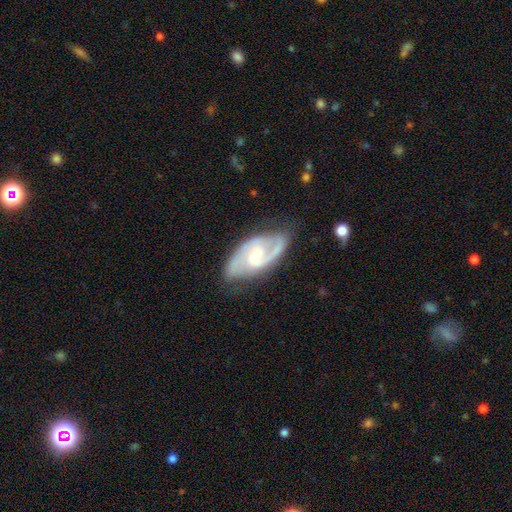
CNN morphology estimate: This appears to be a featured or disk galaxy (86%) with a weak bar (48%), 2 (85%) medium (53%) spiral arms (96%) and a small central bulge (51%). Merging: none (75%).